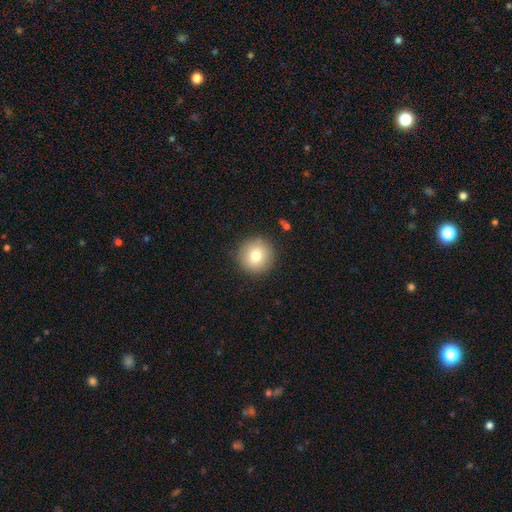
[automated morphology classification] Overall: smooth (78%). How rounded: round (96%). Merging: none (90%).